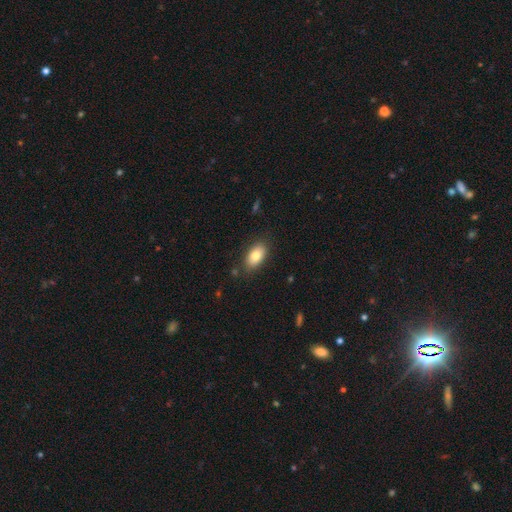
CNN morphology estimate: type=smooth (80%); roundness=in between (92%); merging=none (84%).